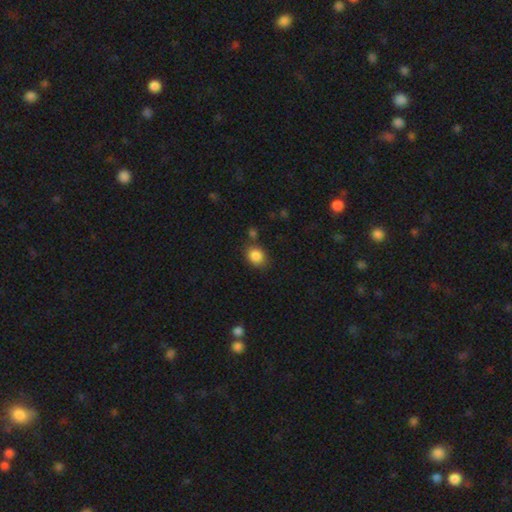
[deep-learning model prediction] Smooth or featured? smooth (86%)
How rounded? round (51%)
Merging? none (72%)